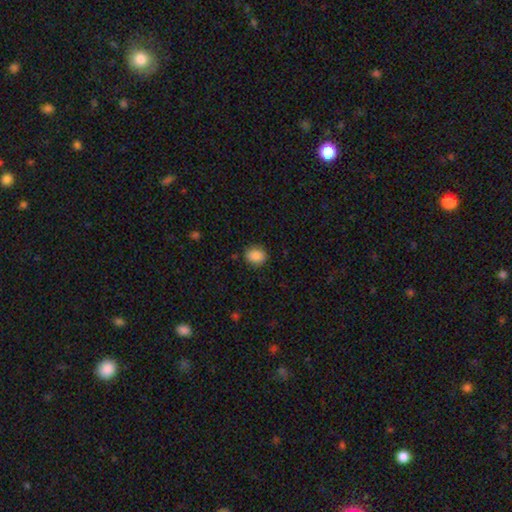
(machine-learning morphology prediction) A smooth galaxy with no disk features (87%) that is round (60%). Merging: none (86%).